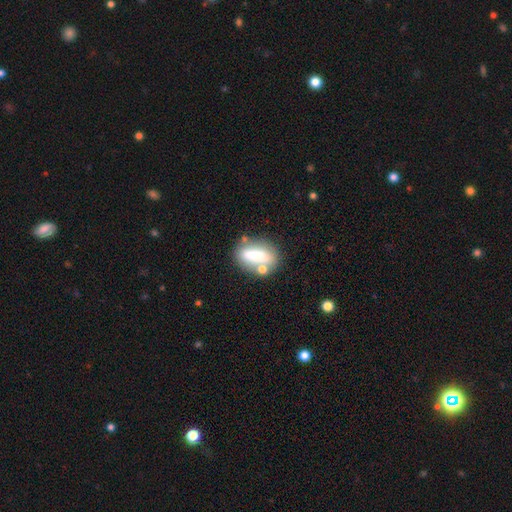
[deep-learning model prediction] A smooth galaxy with no disk features (68%) that is in between round and cigar-shaped (72%).

Vote fractions:
- Smooth or featured? smooth: 68% / featured or disk: 22% / star or artifact: 9%
- How rounded? in between: 72% / cigar-shaped: 19% / round: 10%
- Merging? none: 55% / merger: 22% / minor disturbance: 15% / major disturbance: 8%